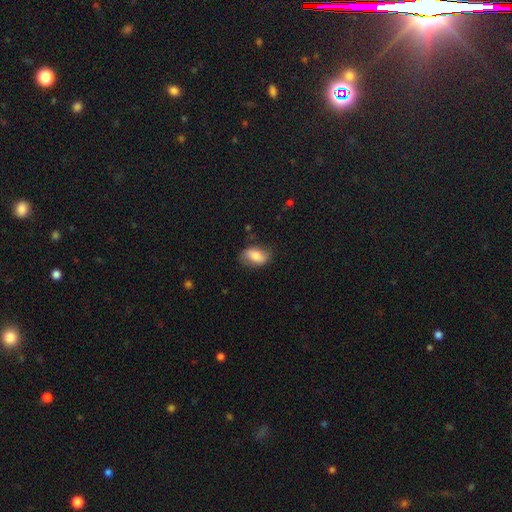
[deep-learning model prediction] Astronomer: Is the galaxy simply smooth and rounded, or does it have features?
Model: smooth — 74%.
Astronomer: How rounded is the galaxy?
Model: in between — 88%.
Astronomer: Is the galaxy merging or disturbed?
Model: none — 68%.